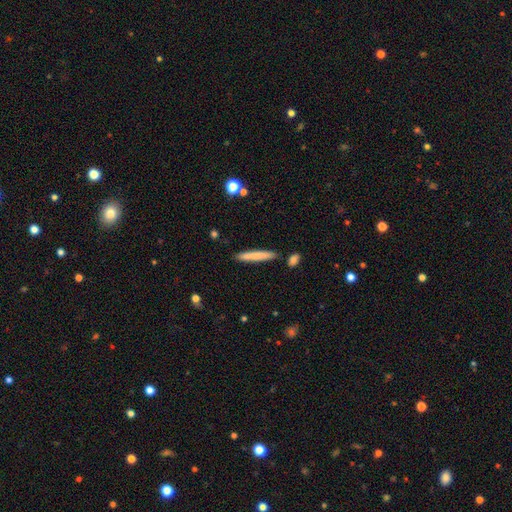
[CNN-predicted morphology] type=smooth (71%); roundness=cigar-shaped (95%); merging=none (86%).